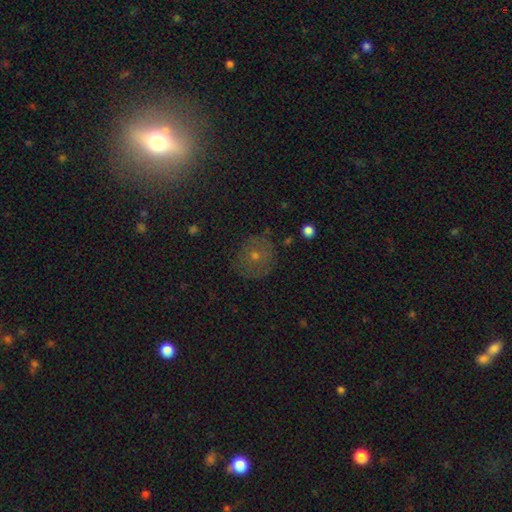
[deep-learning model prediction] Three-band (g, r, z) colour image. It shows a smooth galaxy with no disk features (54%) that is round (86%). Merging: none (77%).